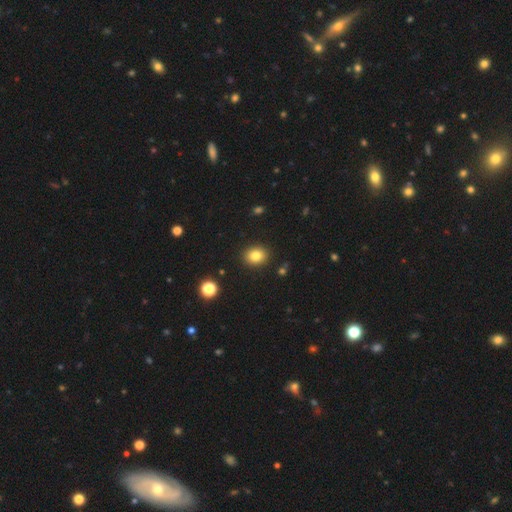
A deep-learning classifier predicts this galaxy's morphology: This is clearly a smooth galaxy (82%). How rounded: possibly round (59%). Merging: clearly none (89%).